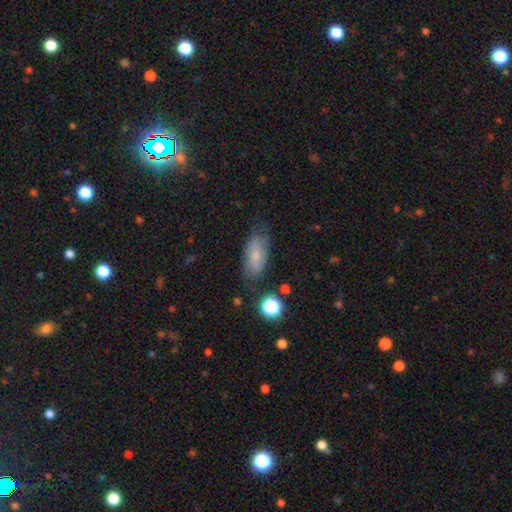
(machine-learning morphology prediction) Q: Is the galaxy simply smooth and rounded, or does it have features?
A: smooth — 57%.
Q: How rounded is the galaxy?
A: in between — 86%.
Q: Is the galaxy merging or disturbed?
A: none — 69%.